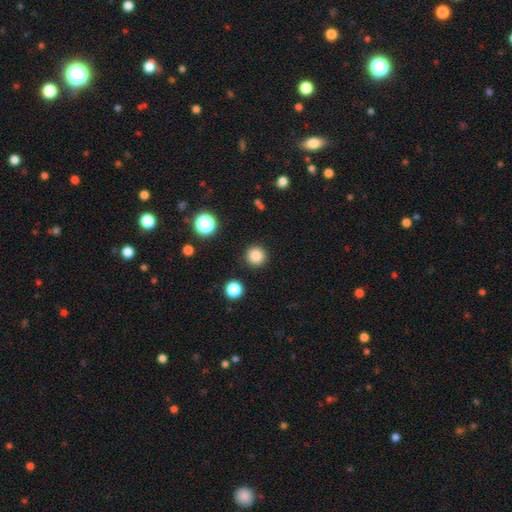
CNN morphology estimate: Overall: smooth (84%). How rounded: round (95%). Merging: none (91%).